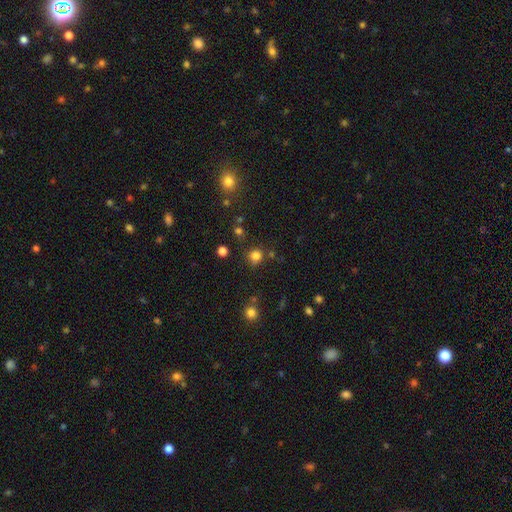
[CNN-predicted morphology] type=smooth (78%); roundness=round (87%); merging=none (75%).